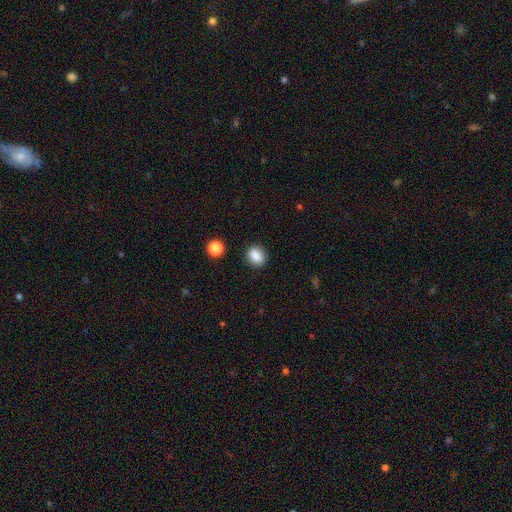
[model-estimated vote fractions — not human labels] smooth 86%, star or artifact 10%, featured or disk 4%. Down the decision tree: how rounded — in between (54%); merging — none (87%).